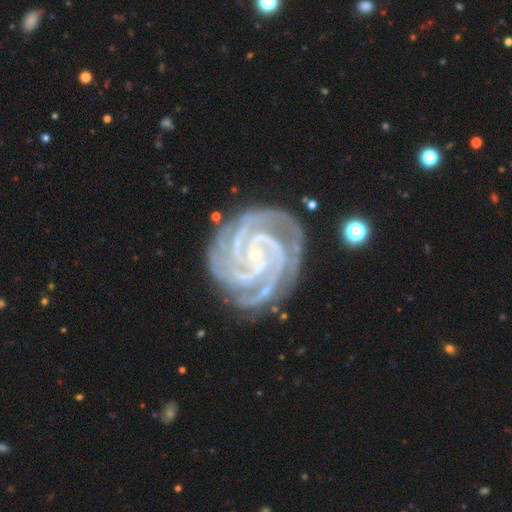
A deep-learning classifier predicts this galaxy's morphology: Smooth or featured? featured or disk (93%)
Edge-on disk? no (98%)
Bar? no (60%)
Spiral arms? yes (99%)
Spiral winding? tight (80%)
Spiral arm count? 3 (33%)
Bulge size? small (88%)
Merging? none (78%)